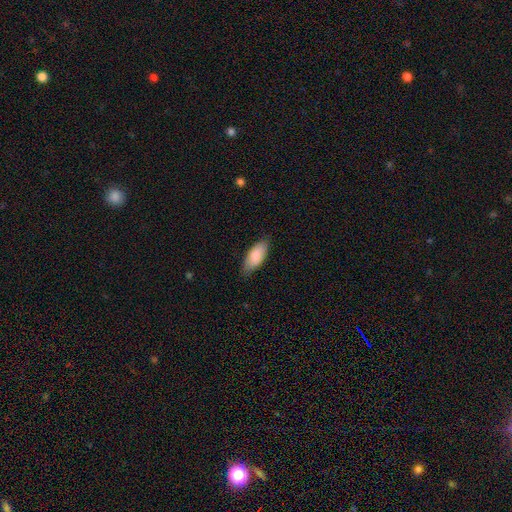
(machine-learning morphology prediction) Smooth or featured? smooth (86%)
How rounded? in between (83%)
Merging? none (81%)